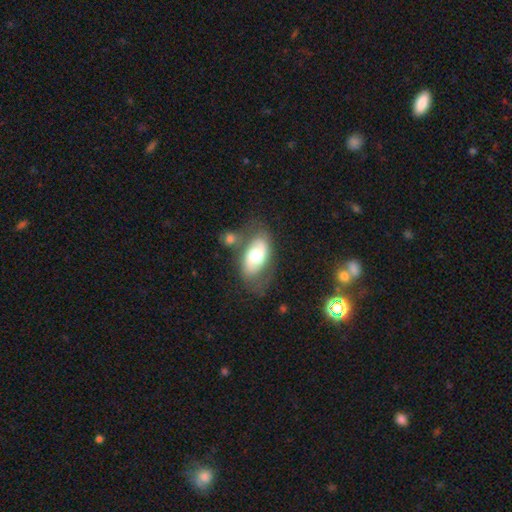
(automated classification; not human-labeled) Smooth or featured?
  - featured or disk: 50% *
  - smooth: 44%
  - star or artifact: 6%
Merging?
  - none: 54% *
  - minor disturbance: 22%
  - merger: 13%
  - major disturbance: 12%